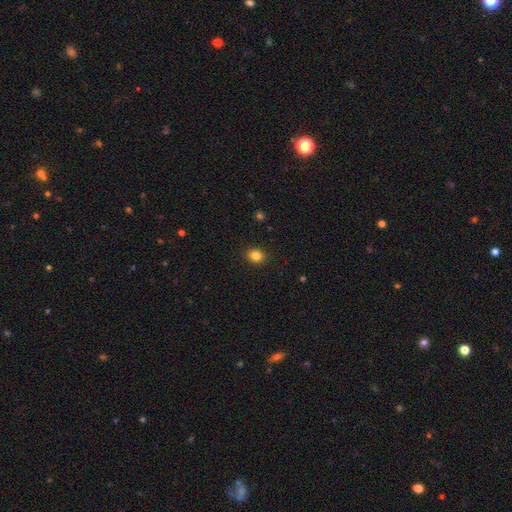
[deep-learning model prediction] A smooth galaxy with no disk features (84%) that is round (59%).

Vote fractions:
- Smooth or featured? smooth: 84% / star or artifact: 11% / featured or disk: 5%
- How rounded? round: 59% / in between: 40% / cigar-shaped: 1%
- Merging? none: 90% / minor disturbance: 7% / major disturbance: 2% / merger: 1%